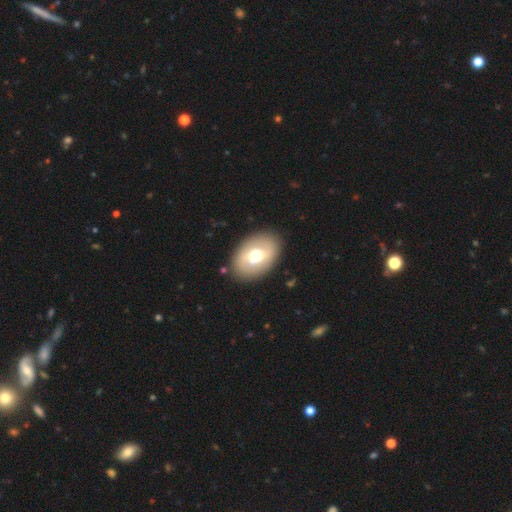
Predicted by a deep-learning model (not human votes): Smooth or featured?
  - smooth: 57% *
  - featured or disk: 36%
  - star or artifact: 7%
How rounded?
  - in between: 78% *
  - round: 21%
  - cigar-shaped: 1%
Merging?
  - none: 86% *
  - minor disturbance: 9%
  - major disturbance: 3%
  - merger: 2%